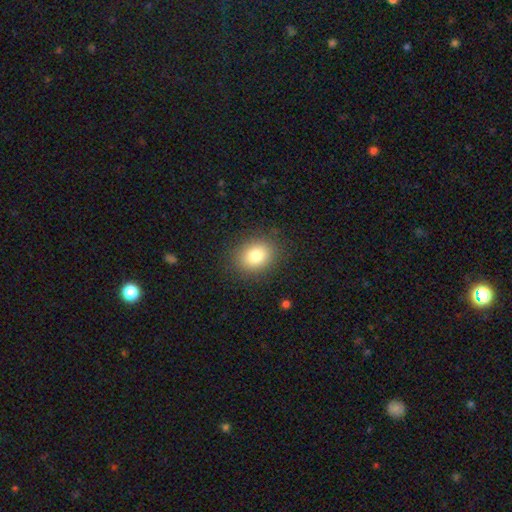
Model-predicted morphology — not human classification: Q: Smooth or featured?
A: smooth (82%); runner-up: star or artifact (10%)
Q: How rounded?
A: round (53%); runner-up: in between (46%)
Q: Merging?
A: none (87%); runner-up: minor disturbance (9%)